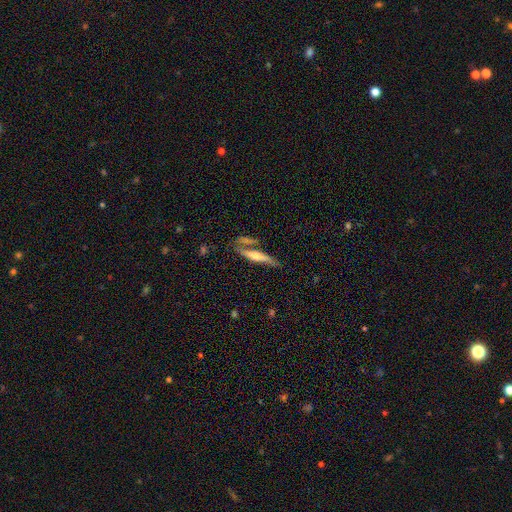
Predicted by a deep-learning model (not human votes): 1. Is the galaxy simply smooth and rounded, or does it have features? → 61% featured or disk, 33% smooth, 6% star or artifact.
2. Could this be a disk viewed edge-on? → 90% yes, 10% no.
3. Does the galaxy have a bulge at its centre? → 84% rounded, 9% none, 7% boxy.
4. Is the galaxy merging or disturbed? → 60% none, 18% merger, 16% minor disturbance, 6% major disturbance.